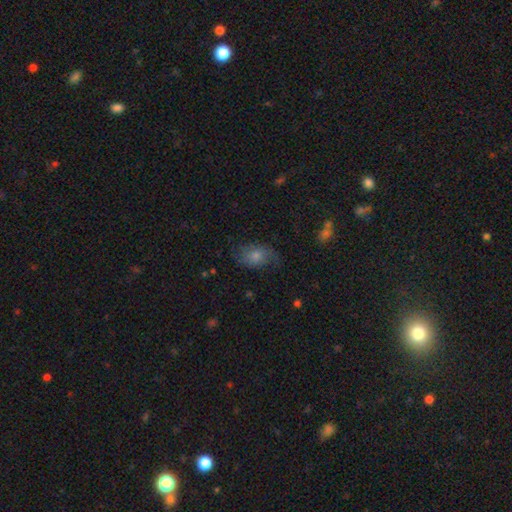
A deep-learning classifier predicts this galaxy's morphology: smooth 44%, featured or disk 41%, star or artifact 15%. Down the decision tree: merging — none (66%).